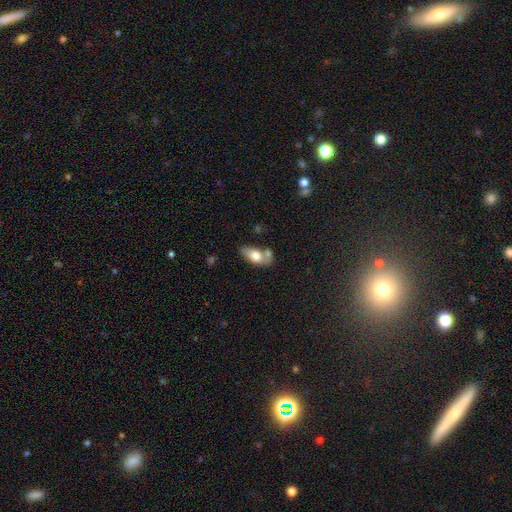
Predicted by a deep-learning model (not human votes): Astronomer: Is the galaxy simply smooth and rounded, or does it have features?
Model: smooth — 68%.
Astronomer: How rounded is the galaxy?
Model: in between — 87%.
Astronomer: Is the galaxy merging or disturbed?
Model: none — 45% (runner-up: merger, 28%).